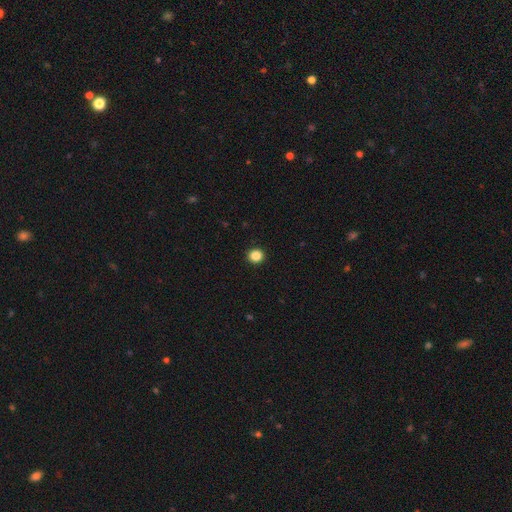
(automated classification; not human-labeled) The model was most divided on "smooth or featured": smooth: 86%, star or artifact: 11%, featured or disk: 3%. More confident: merging — none (93%); how rounded — round (91%).